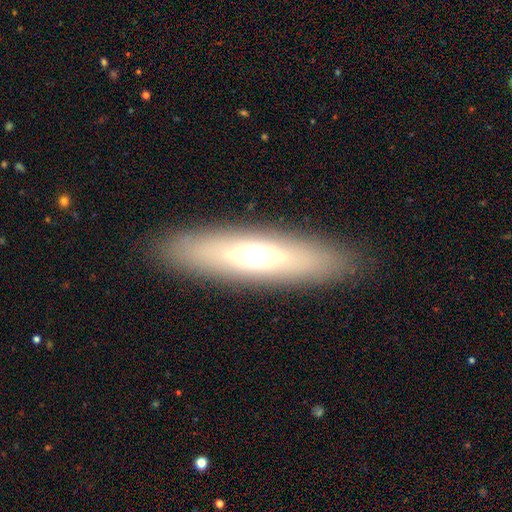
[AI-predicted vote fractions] This is possibly a featured or disk galaxy (49%). Merging: clearly none (88%).